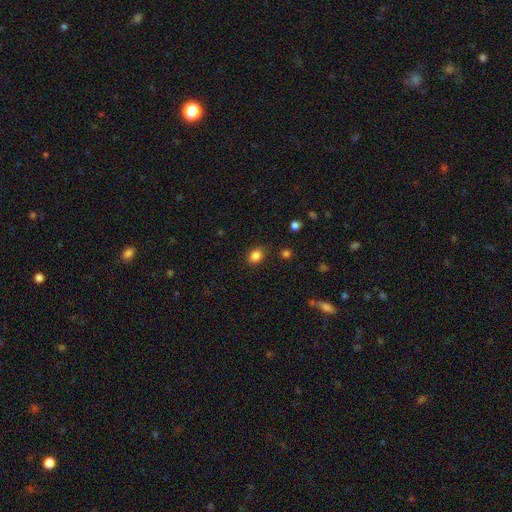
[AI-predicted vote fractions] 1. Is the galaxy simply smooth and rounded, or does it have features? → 85% smooth, 11% star or artifact, 4% featured or disk.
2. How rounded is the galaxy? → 61% in between, 38% round, 1% cigar-shaped.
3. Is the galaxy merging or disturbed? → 83% none, 12% minor disturbance, 3% major disturbance, 2% merger.